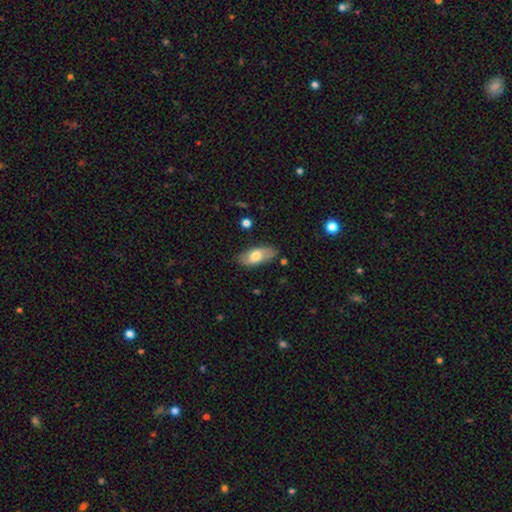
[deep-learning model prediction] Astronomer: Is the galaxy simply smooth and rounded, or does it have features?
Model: smooth — 63%.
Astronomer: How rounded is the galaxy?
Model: in between — 88%.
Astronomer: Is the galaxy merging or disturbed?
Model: none — 81%.